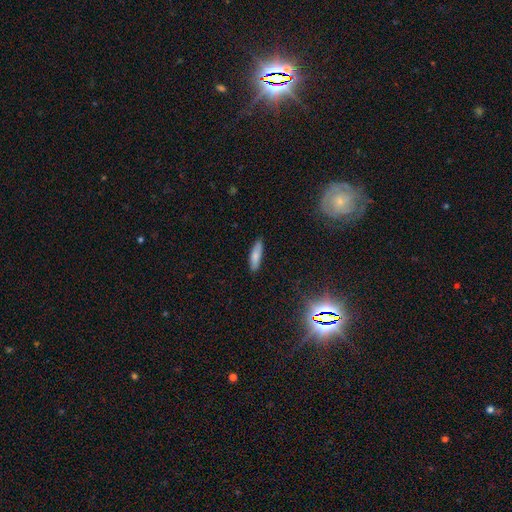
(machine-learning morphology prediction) A smooth galaxy with no disk features (79%) that is cigar-shaped (65%).

Vote fractions:
- Smooth or featured? smooth: 79% / featured or disk: 13% / star or artifact: 7%
- How rounded? cigar-shaped: 65% / in between: 33% / round: 2%
- Merging? none: 85% / minor disturbance: 11% / major disturbance: 2% / merger: 1%